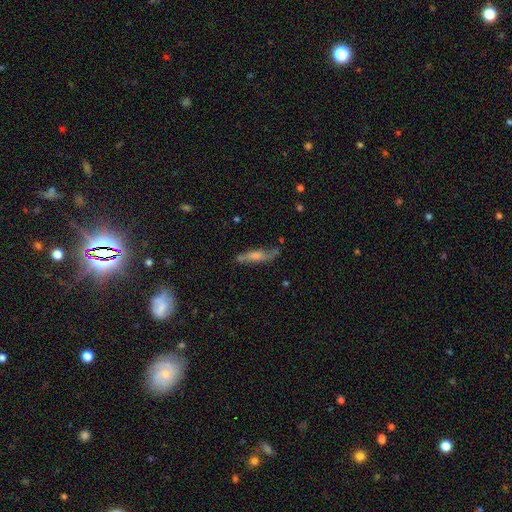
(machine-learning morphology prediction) Q: Smooth or featured?
A: featured or disk (55%); runner-up: smooth (35%)
Q: Edge-on disk?
A: yes (54%); runner-up: no (46%)
Q: Merging?
A: none (66%); runner-up: minor disturbance (22%)